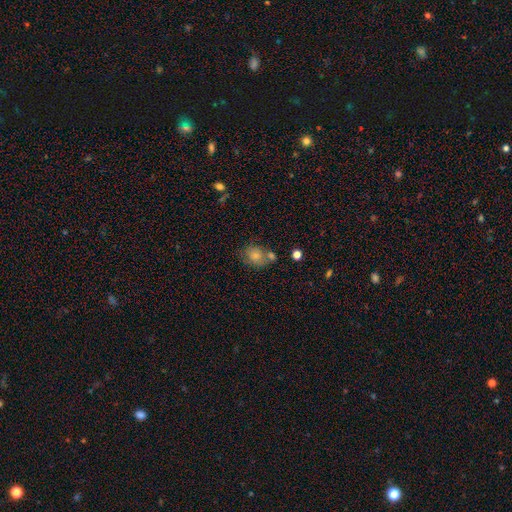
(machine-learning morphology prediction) type=smooth (76%); roundness=round (56%); merging=none (51%).